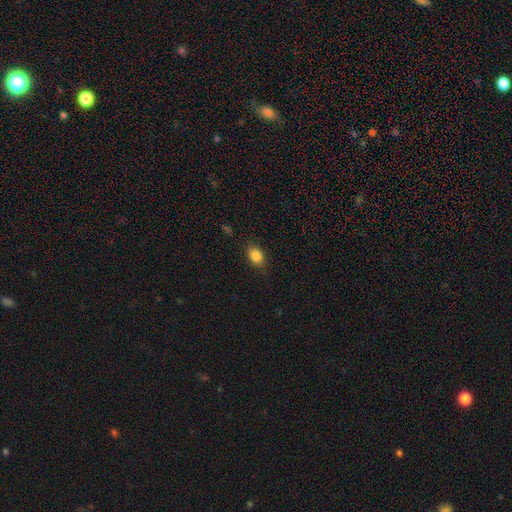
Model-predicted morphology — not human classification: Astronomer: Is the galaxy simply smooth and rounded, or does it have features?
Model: smooth — 86%.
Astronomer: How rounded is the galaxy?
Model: in between — 79%.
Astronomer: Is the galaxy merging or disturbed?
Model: none — 85%.